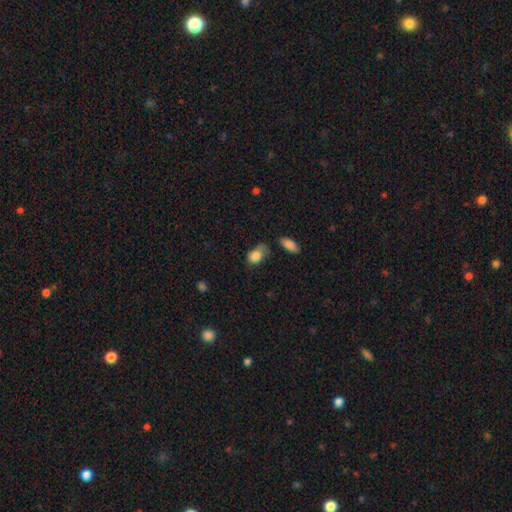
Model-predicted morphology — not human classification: The model was most divided on "merging": none: 40%, minor disturbance: 38%, major disturbance: 14%, merger: 8%. More confident: smooth or featured — smooth (84%); how rounded — in between (78%).